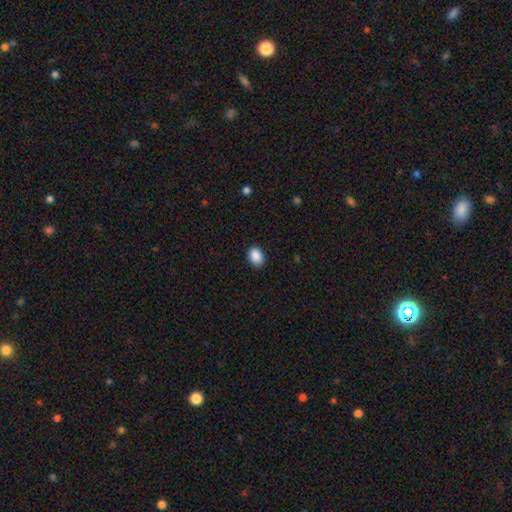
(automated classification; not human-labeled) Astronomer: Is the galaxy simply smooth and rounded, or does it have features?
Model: smooth — 89%.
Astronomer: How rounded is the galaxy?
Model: in between — 74%.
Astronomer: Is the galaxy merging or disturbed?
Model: none — 88%.